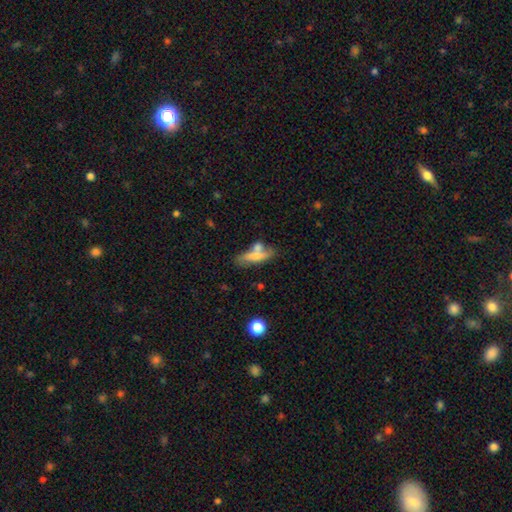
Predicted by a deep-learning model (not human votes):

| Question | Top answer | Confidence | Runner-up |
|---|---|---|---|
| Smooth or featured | smooth | 58% | featured or disk (35%) |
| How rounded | cigar-shaped | 56% | in between (40%) |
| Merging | none | 50% | merger (26%) |